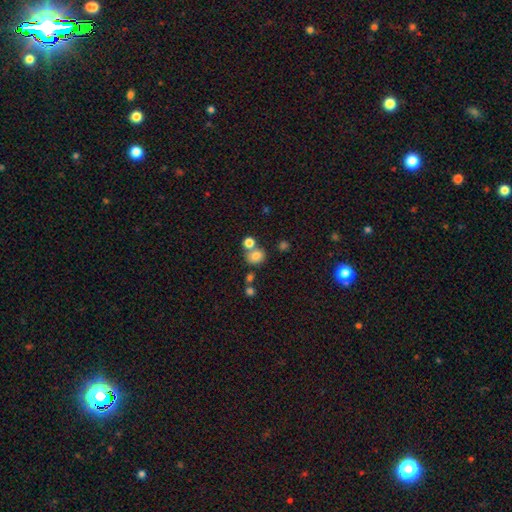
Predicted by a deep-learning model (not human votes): smooth_or_featured: smooth (p=0.77) [alt: star or artifact p=0.12]
how_rounded: round (p=0.70) [alt: in between p=0.29]
merging: none (p=0.54) [alt: merger p=0.31]